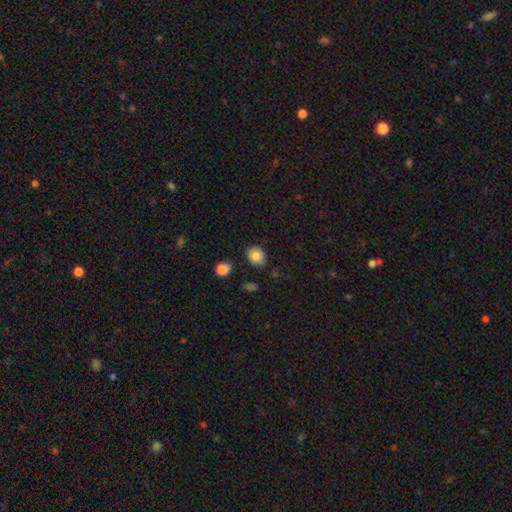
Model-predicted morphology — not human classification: smooth_or_featured: smooth (p=0.84) [alt: star or artifact p=0.09]
how_rounded: round (p=0.66) [alt: in between p=0.33]
merging: none (p=0.84) [alt: minor disturbance p=0.11]